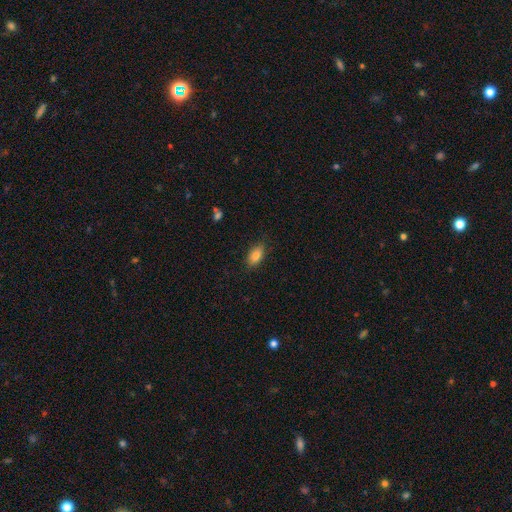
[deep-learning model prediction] smooth_or_featured: smooth (p=0.84) [alt: featured or disk p=0.08]
how_rounded: in between (p=0.90) [alt: cigar-shaped p=0.06]
merging: none (p=0.85) [alt: minor disturbance p=0.12]